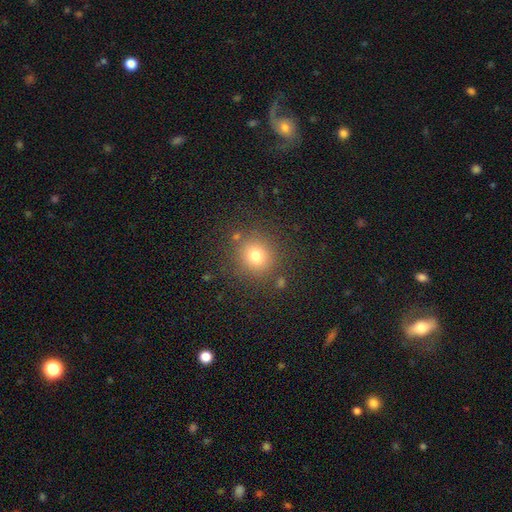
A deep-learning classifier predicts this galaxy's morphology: This is likely a smooth galaxy (75%). How rounded: clearly round (89%). Merging: clearly none (83%).